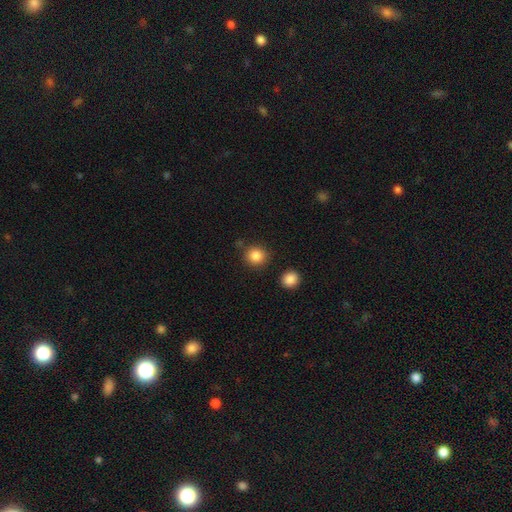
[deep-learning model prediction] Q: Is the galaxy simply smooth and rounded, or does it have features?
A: smooth — 86%.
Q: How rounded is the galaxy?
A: round — 90%.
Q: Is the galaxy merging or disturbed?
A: none — 84%.